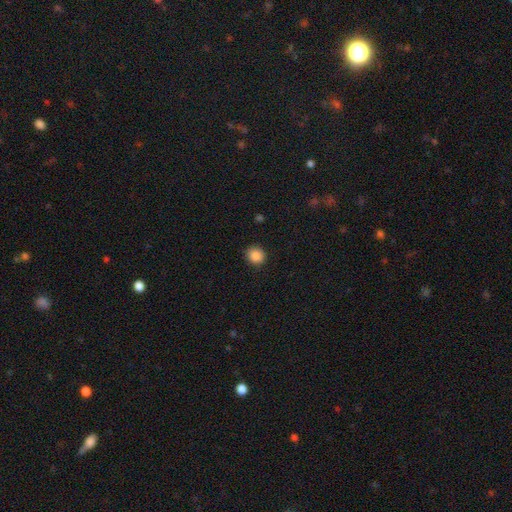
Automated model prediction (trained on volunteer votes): smooth 86%, star or artifact 10%, featured or disk 4%. Down the decision tree: how rounded — round (84%); merging — none (90%).